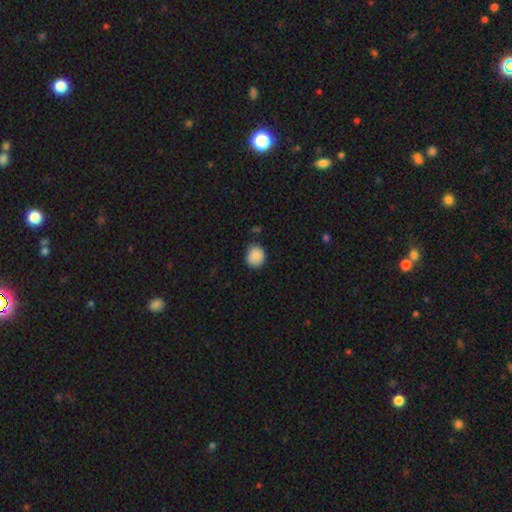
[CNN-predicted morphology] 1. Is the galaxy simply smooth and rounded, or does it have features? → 87% smooth, 8% star or artifact, 5% featured or disk.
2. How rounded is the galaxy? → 76% round, 23% in between, 1% cigar-shaped.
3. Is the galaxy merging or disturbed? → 78% none, 17% minor disturbance, 3% major disturbance, 2% merger.